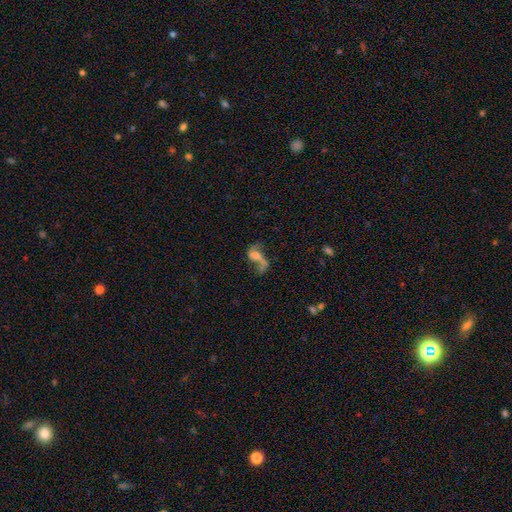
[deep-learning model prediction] Overall: featured or disk (64%). Edge-on disk: no (96%). Bar: no (56%; weak 34%). Spiral arms: yes (78%). Bulge size: moderate (32%; small 27%). Merging: none (33%; major disturbance 32%).